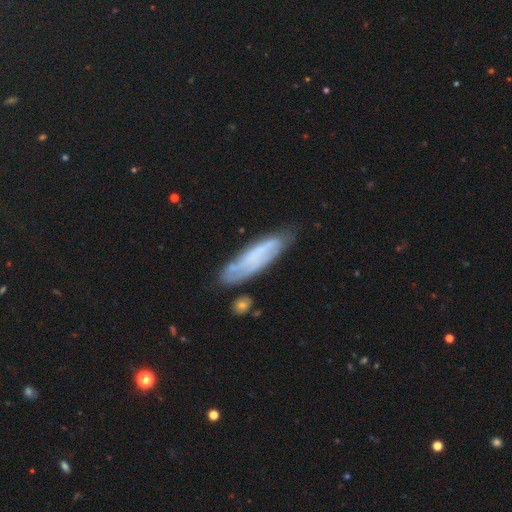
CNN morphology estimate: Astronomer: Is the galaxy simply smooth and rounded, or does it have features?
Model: featured or disk — 50% (runner-up: smooth, 42%).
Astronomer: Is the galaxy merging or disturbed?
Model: none — 66%.